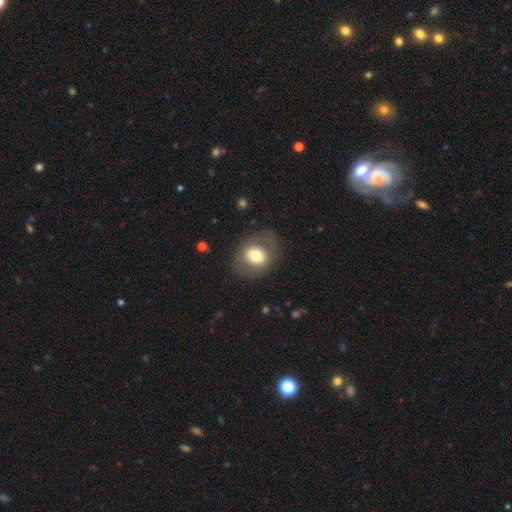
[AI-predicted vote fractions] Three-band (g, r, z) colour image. It shows a smooth galaxy with no disk features (64%) that is round (55%). Merging: none (77%).